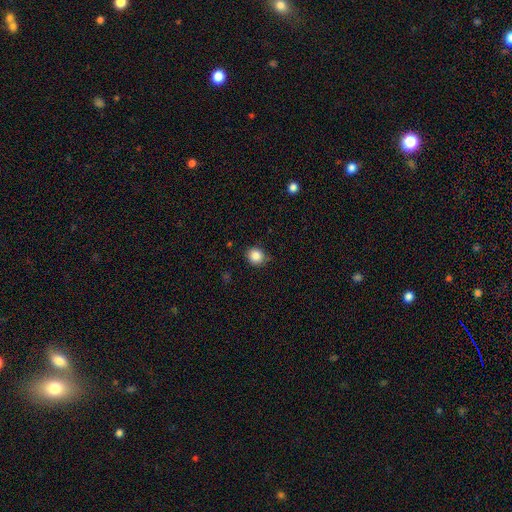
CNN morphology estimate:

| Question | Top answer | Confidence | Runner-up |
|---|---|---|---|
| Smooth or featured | smooth | 86% | star or artifact (10%) |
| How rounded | round | 84% | in between (15%) |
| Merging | none | 83% | minor disturbance (13%) |